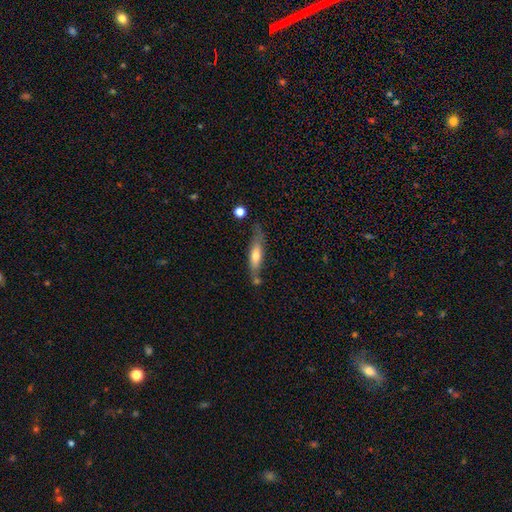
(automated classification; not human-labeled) This is possibly a smooth galaxy (57%). How rounded: likely cigar-shaped (70%). Merging: possibly none (59%).